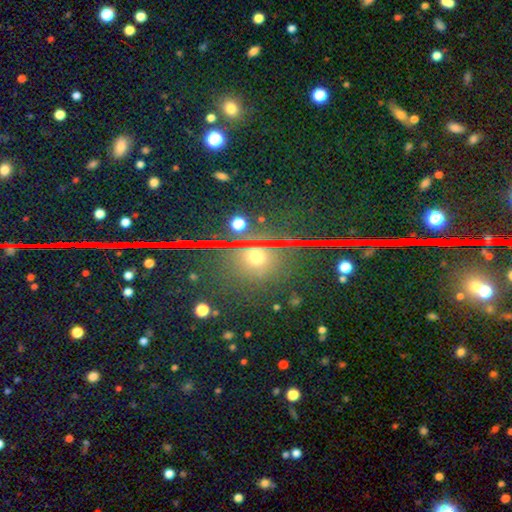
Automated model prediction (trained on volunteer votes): Smooth or featured?
  - star or artifact: 46% *
  - smooth: 39%
  - featured or disk: 15%